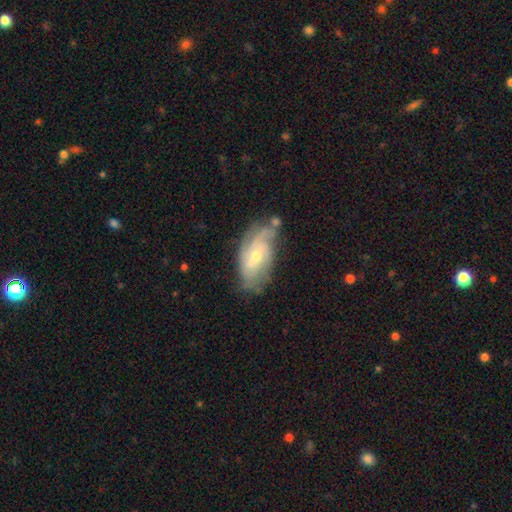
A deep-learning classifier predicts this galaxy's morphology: This is likely a featured or disk galaxy (78%). It is clearly not viewed edge-on (94%). Bar: possibly no (48%). Spiral arm pattern: clearly yes (93%). Spiral arm count: marginally can't tell (33%). Spiral winding: possibly tight (46%). Central bulge: possibly small (59%). Merging: possibly none (60%).